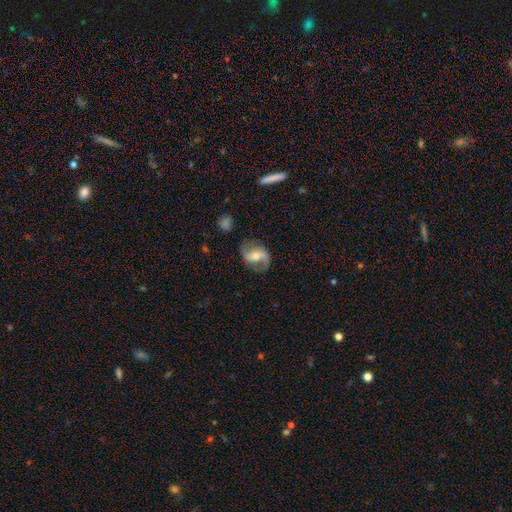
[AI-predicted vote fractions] The model was most divided on "bar": weak: 42%, no: 33%, strong: 25%. More confident: edge-on disk — no (97%); spiral arms — yes (95%); spiral arm count — 2 (91%); smooth or featured — featured or disk (82%); merging — none (77%); bulge size — moderate (56%); spiral winding — loose (53%).